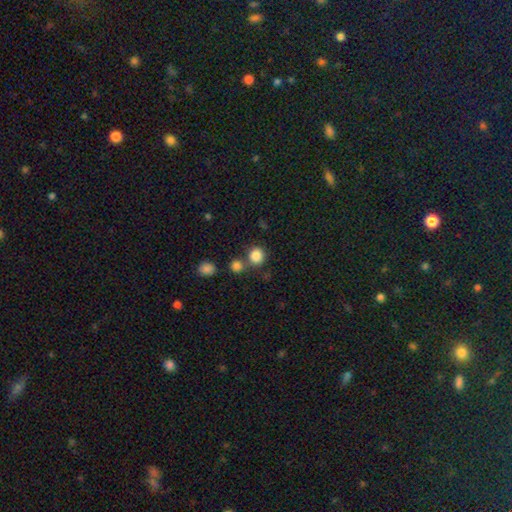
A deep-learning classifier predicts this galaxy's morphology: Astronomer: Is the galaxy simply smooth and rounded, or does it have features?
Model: smooth — 84%.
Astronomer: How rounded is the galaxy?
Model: round — 87%.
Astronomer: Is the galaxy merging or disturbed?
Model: none — 69%.